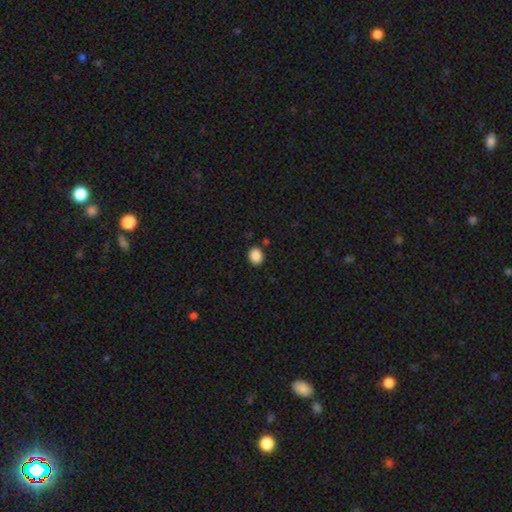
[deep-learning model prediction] Morphology: type=smooth (88%); roundness=round (51%); merging=none (87%).